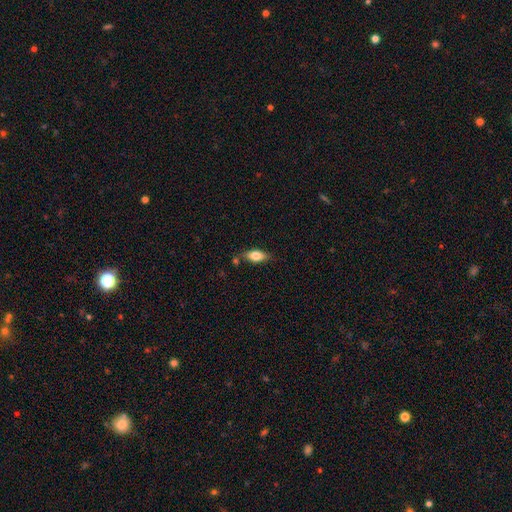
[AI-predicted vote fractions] This is likely a smooth galaxy (73%). How rounded: clearly in between (82%). Merging: likely none (72%).